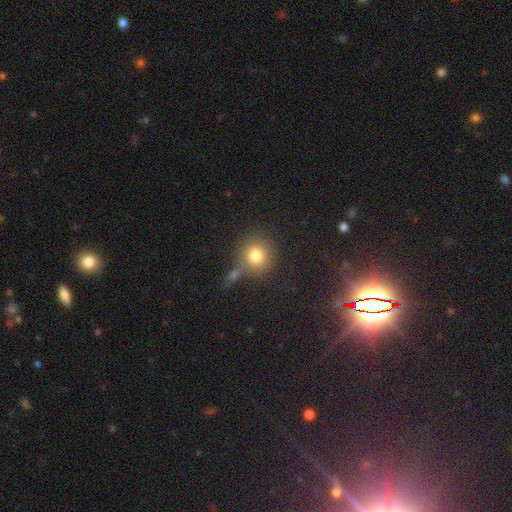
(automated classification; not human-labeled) smooth-or-featured: smooth: 79% | star or artifact: 12% | featured or disk: 9%
  how-rounded: round: 88% | in between: 11% | cigar-shaped: 1%
  merging: none: 59% | merger: 22% | minor disturbance: 12% | major disturbance: 7%